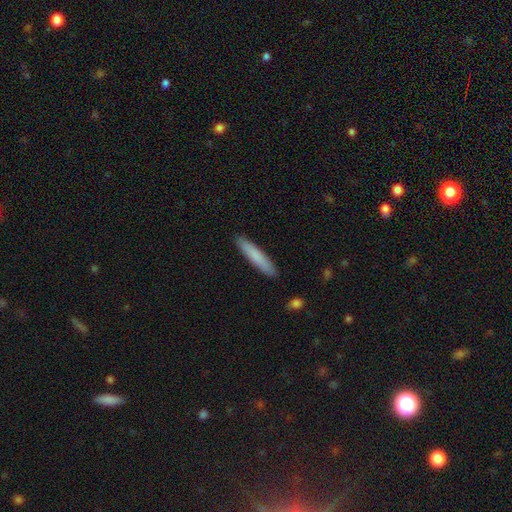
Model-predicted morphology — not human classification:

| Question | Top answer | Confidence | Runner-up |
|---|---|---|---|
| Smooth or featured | smooth | 79% | featured or disk (16%) |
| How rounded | cigar-shaped | 92% | in between (7%) |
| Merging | none | 91% | minor disturbance (7%) |